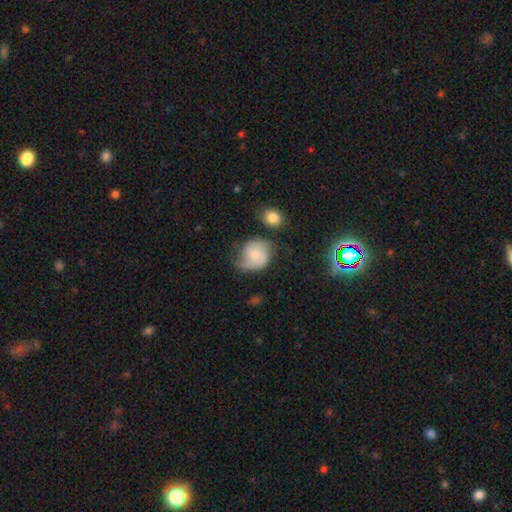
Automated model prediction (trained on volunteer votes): Q: Smooth or featured?
A: featured or disk (47%); runner-up: smooth (44%)
Q: Merging?
A: none (48%); runner-up: minor disturbance (31%)